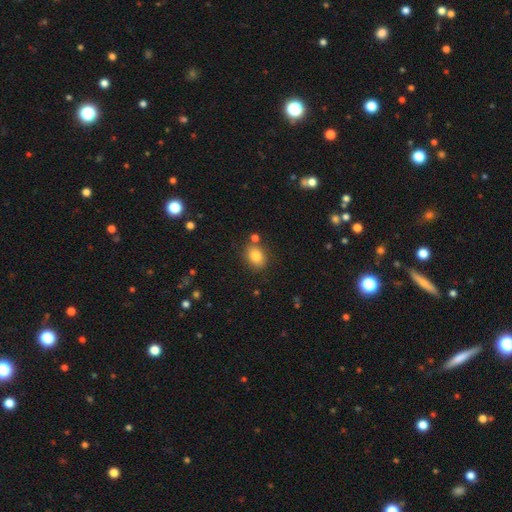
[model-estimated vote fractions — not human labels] Smooth or featured? Predicted: smooth (p=0.83). How rounded? Predicted: in between (p=0.58). Merging? Predicted: none (p=0.77).